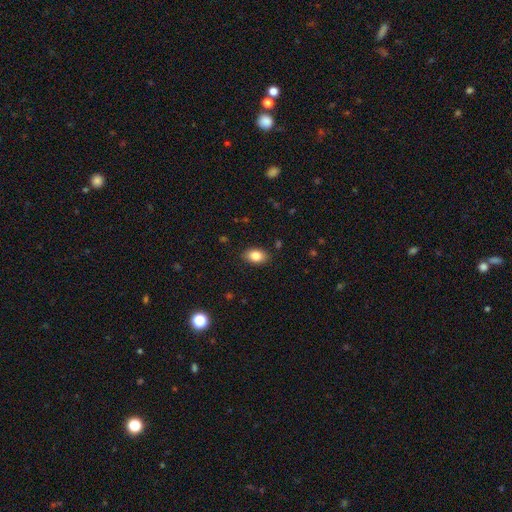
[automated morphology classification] The model was most divided on "how rounded": in between: 86%, round: 13%, cigar-shaped: 1%. More confident: merging — none (87%); smooth or featured — smooth (85%).